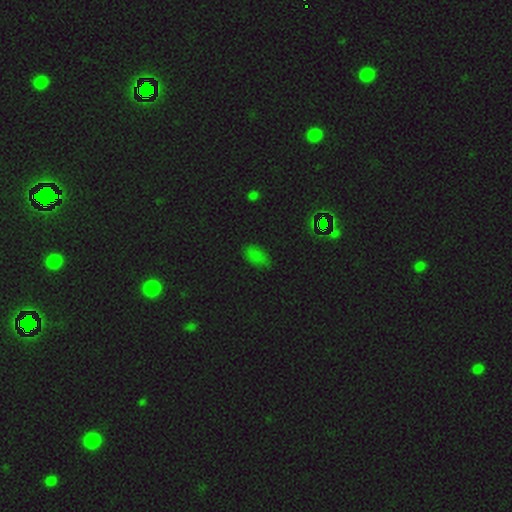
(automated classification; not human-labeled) smooth 68%, star or artifact 26%, featured or disk 6%. Down the decision tree: how rounded — in between (88%); merging — none (75%).